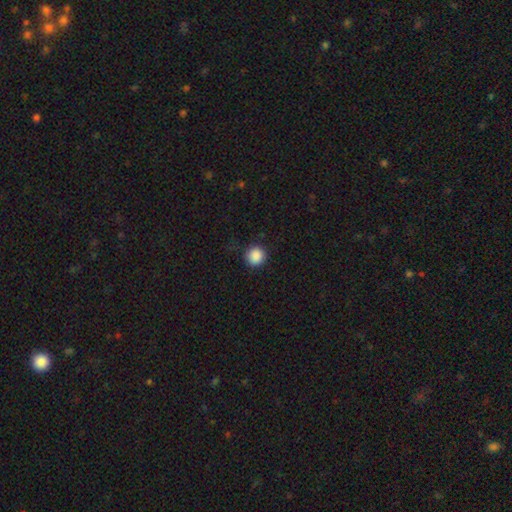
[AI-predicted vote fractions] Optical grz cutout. It shows a smooth galaxy with no disk features (88%) that is round (94%). Merging: none (88%).